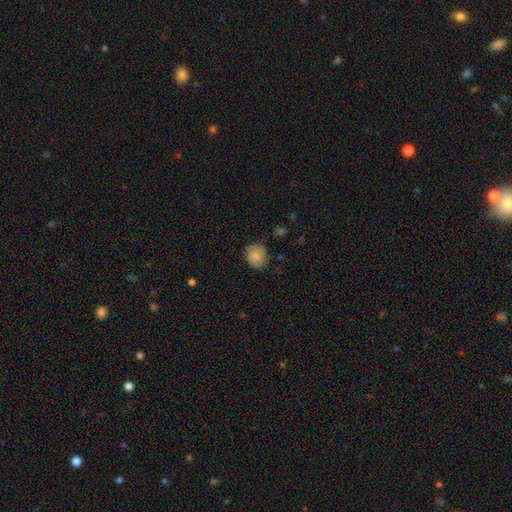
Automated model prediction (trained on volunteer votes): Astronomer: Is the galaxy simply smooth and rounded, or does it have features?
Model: smooth — 85%.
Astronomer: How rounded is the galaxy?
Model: round — 69%.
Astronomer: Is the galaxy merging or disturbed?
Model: none — 76%.